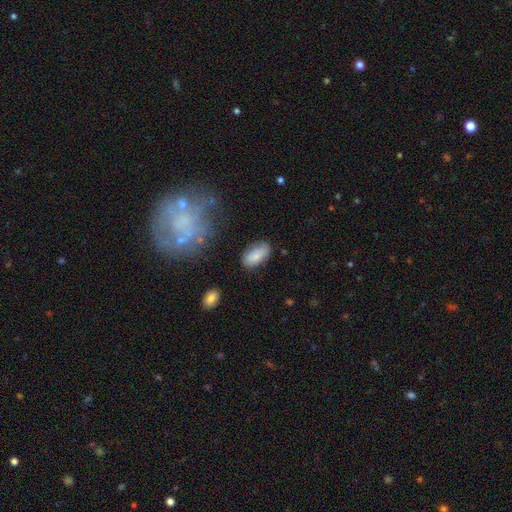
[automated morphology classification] This is likely a smooth galaxy (79%). How rounded: clearly in between (92%). Merging: likely none (72%).